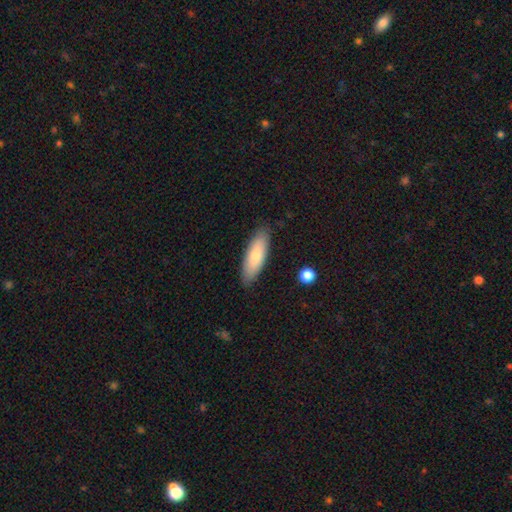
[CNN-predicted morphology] Smooth or featured? Predicted: smooth (p=0.78). How rounded? Predicted: in between (p=0.56). Merging? Predicted: none (p=0.86).